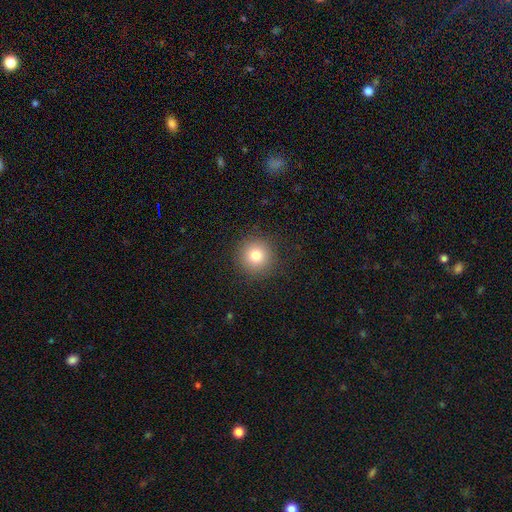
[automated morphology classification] smooth-or-featured: smooth: 79% | star or artifact: 12% | featured or disk: 8%
  how-rounded: round: 95% | in between: 4% | cigar-shaped: 1%
  merging: none: 90% | minor disturbance: 6% | major disturbance: 3% | merger: 1%